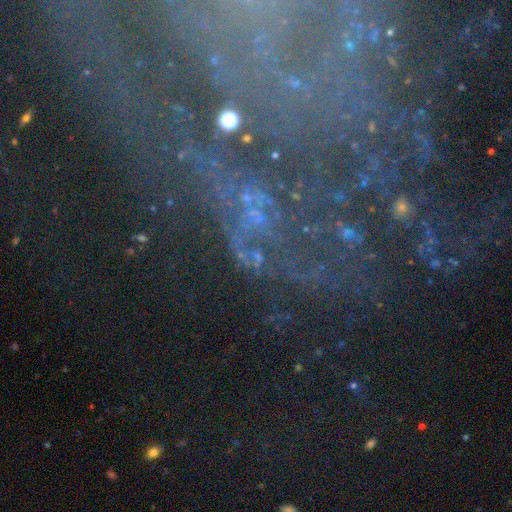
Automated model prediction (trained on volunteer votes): Overall: star or artifact (58%; featured or disk 28%).